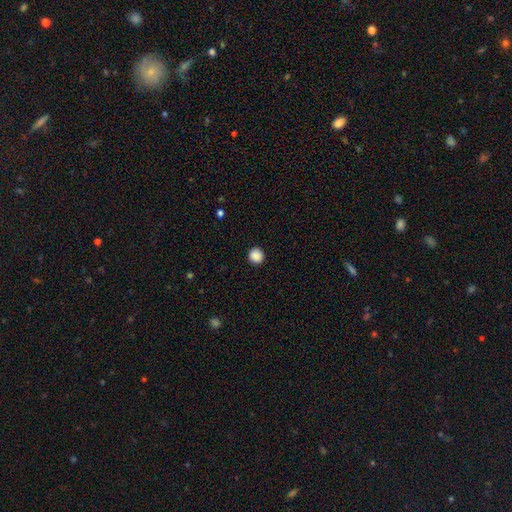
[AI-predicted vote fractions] Smooth or featured? Predicted: smooth (p=0.88). How rounded? Predicted: round (p=0.92). Merging? Predicted: none (p=0.91).